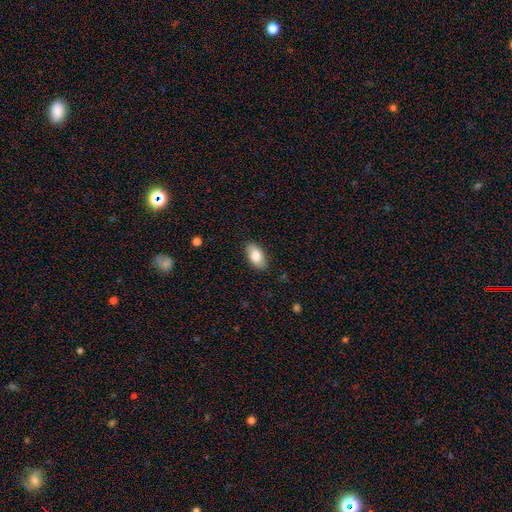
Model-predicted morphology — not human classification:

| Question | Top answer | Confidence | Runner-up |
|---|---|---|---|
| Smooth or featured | smooth | 82% | featured or disk (11%) |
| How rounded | in between | 94% | round (4%) |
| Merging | none | 87% | minor disturbance (10%) |